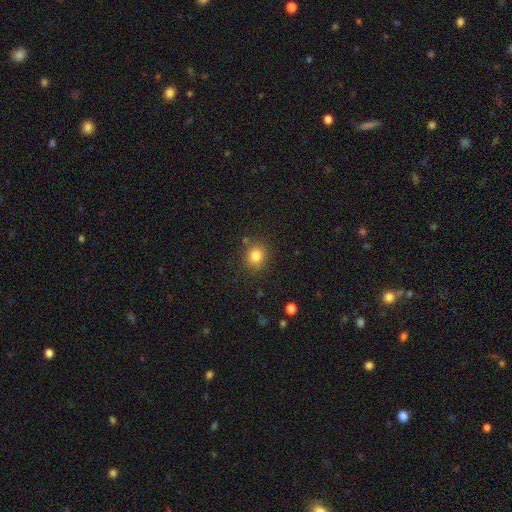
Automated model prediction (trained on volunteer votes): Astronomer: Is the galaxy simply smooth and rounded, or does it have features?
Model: smooth — 82%.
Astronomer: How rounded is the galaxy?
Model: round — 79%.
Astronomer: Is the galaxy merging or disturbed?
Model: none — 80%.